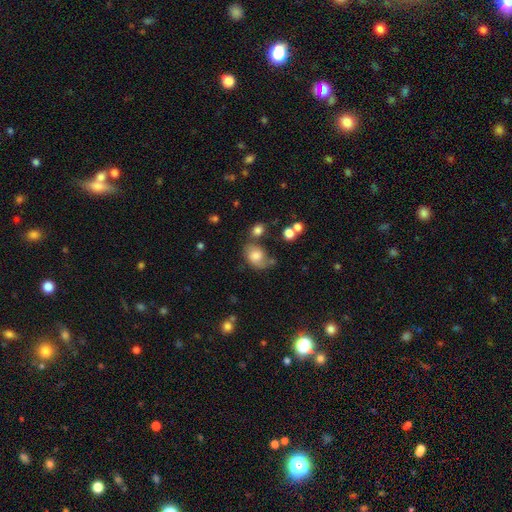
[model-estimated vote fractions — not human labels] Smooth or featured: smooth — 62% (featured or disk — 27%)
How rounded: in between — 62% (round — 37%)
Merging: none — 43% (minor disturbance — 27%)